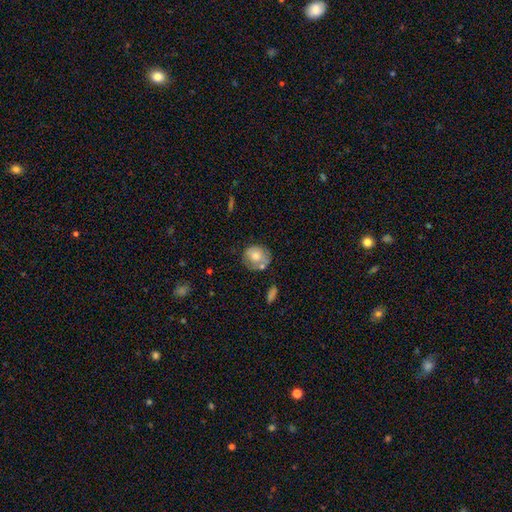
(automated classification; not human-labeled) Morphology: type=smooth (66%); roundness=round (74%); merging=none (57%).